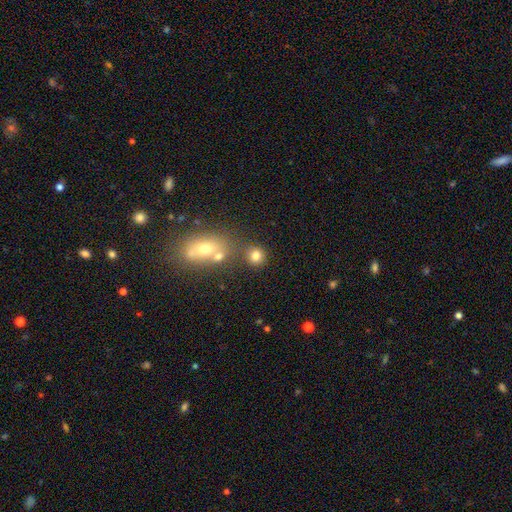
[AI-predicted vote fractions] Q: Smooth or featured?
A: smooth (79%); runner-up: star or artifact (13%)
Q: How rounded?
A: round (82%); runner-up: in between (17%)
Q: Merging?
A: none (69%); runner-up: merger (16%)